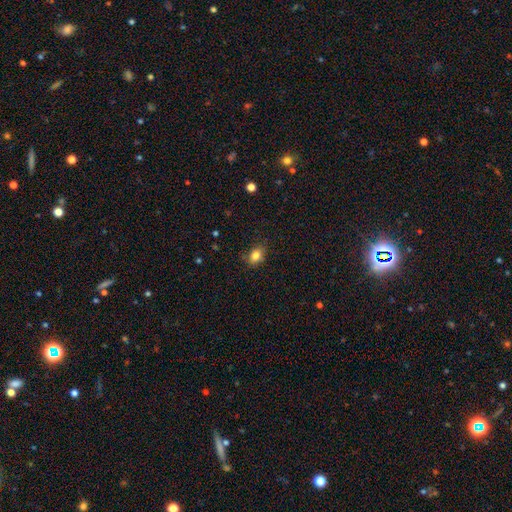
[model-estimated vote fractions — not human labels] Smooth or featured? smooth (83%)
How rounded? in between (65%)
Merging? none (77%)